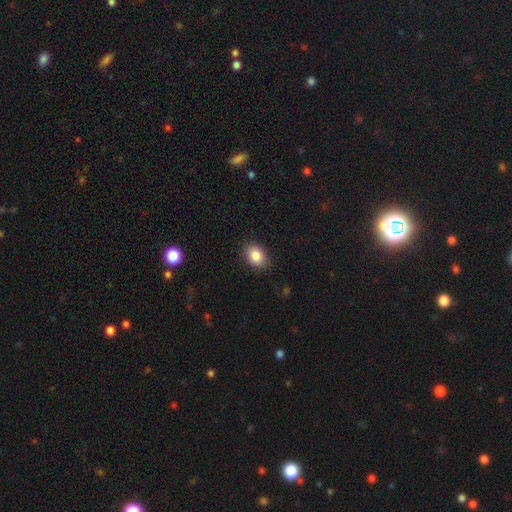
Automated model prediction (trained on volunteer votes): smooth-or-featured: smooth: 86% | star or artifact: 8% | featured or disk: 6%
  how-rounded: in between: 71% | round: 28% | cigar-shaped: 1%
  merging: none: 86% | minor disturbance: 10% | major disturbance: 2% | merger: 1%